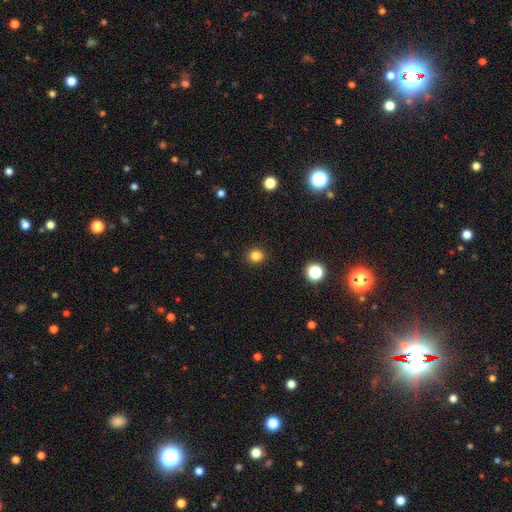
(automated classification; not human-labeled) Q: Smooth or featured?
A: smooth (83%); runner-up: star or artifact (13%)
Q: How rounded?
A: round (84%); runner-up: in between (15%)
Q: Merging?
A: none (91%); runner-up: minor disturbance (6%)